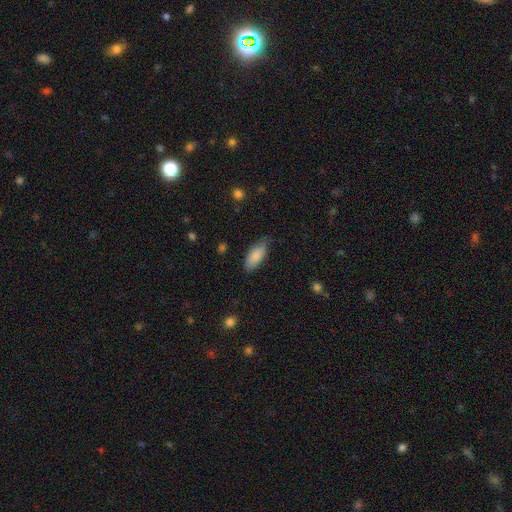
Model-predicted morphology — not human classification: Smooth or featured? smooth (86%)
How rounded? in between (84%)
Merging? none (67%)